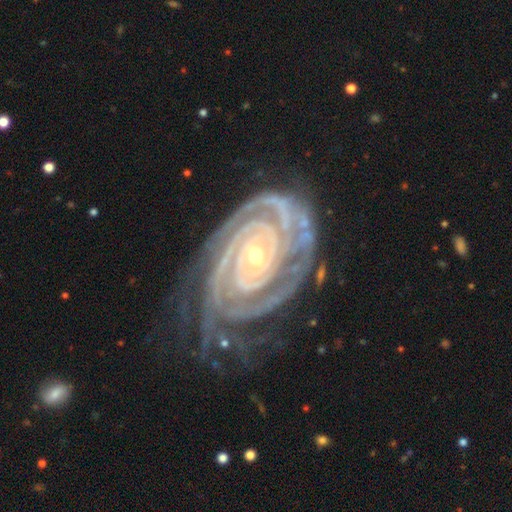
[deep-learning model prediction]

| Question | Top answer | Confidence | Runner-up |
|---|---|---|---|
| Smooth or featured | featured or disk | 92% | star or artifact (5%) |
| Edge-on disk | no | 97% | yes (3%) |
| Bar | no | 64% | weak (19%) |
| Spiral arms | yes | 99% | no (1%) |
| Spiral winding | tight | 88% | medium (11%) |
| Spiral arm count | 2 | 32% | 3 (23%) |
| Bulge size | small | 74% | moderate (23%) |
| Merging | none | 65% | minor disturbance (23%) |